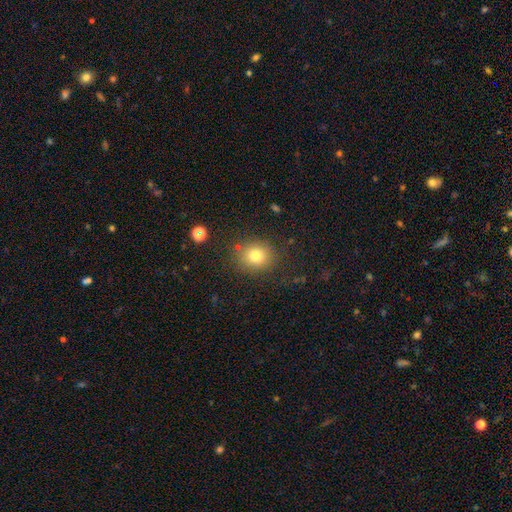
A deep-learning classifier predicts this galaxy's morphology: A smooth galaxy with no disk features (78%) that is round (78%). Merging: none (83%).